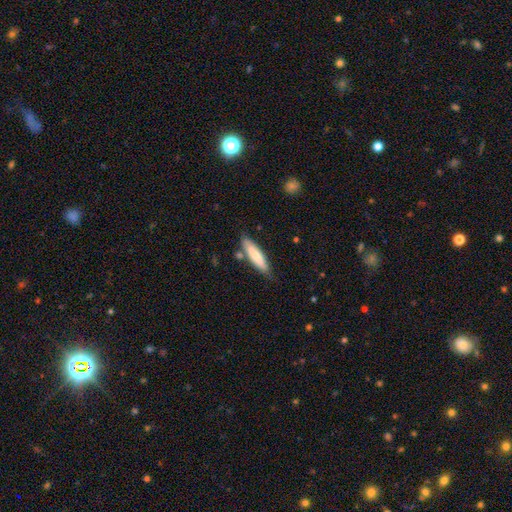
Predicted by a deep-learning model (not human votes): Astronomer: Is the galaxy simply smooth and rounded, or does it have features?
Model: smooth — 72%.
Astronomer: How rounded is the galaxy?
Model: cigar-shaped — 66%.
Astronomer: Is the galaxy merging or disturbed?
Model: none — 75%.